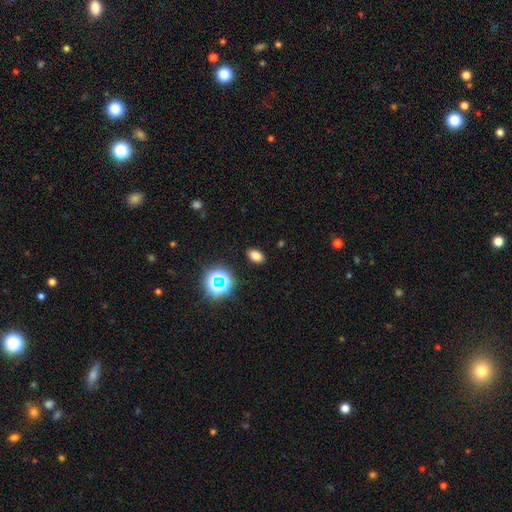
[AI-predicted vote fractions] smooth 75%, star or artifact 18%, featured or disk 7%. Down the decision tree: how rounded — in between (84%); merging — none (89%).